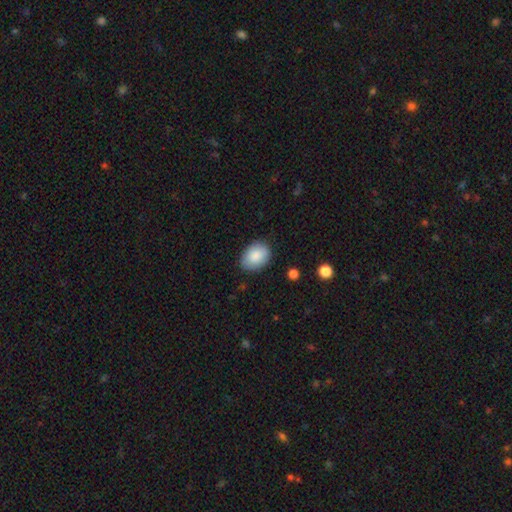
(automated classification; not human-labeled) This appears to be a smooth galaxy with no disk features (87%) that is in between round and cigar-shaped (77%). Merging: none (83%).